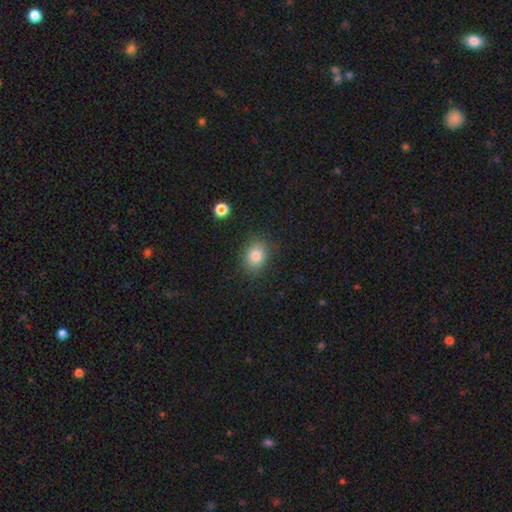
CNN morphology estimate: The model was most divided on "how rounded": in between: 57%, round: 42%, cigar-shaped: 1%. More confident: merging — none (84%); smooth or featured — smooth (83%).